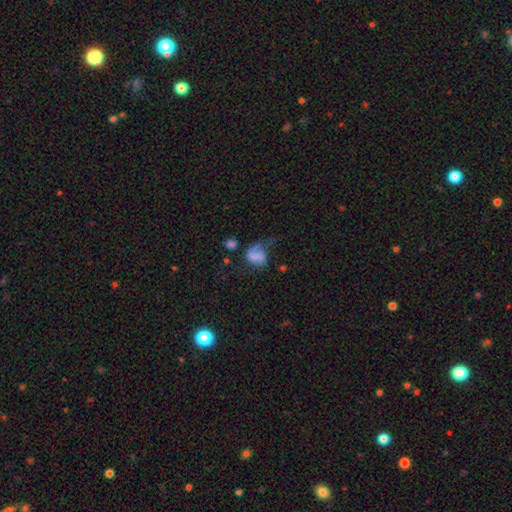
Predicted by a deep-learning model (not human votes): This appears to be a featured or disk galaxy (45%). Merging: major disturbance (47%).